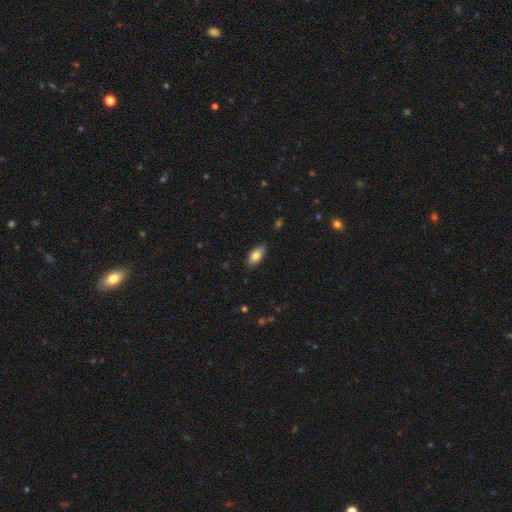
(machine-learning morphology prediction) type=smooth (82%); roundness=in between (89%); merging=none (85%).